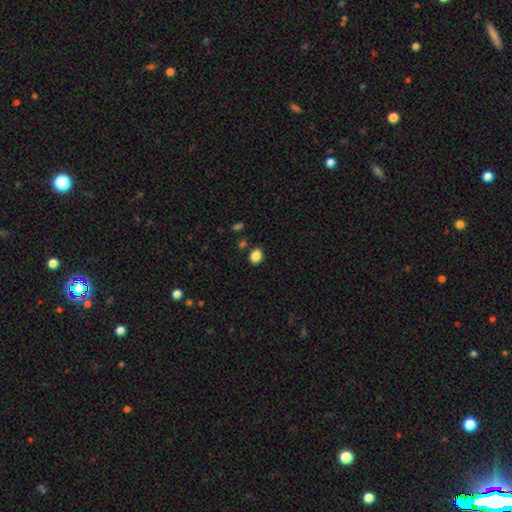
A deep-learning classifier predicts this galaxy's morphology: A smooth galaxy with no disk features (87%) that is in between round and cigar-shaped (58%).

Vote fractions:
- Smooth or featured? smooth: 87% / star or artifact: 9% / featured or disk: 4%
- How rounded? in between: 58% / round: 41% / cigar-shaped: 1%
- Merging? none: 85% / minor disturbance: 9% / merger: 4% / major disturbance: 2%